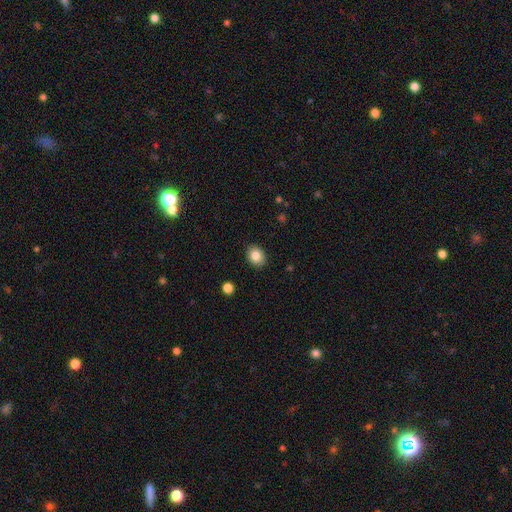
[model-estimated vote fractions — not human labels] Smooth or featured? smooth (83%)
How rounded? in between (53%)
Merging? none (89%)